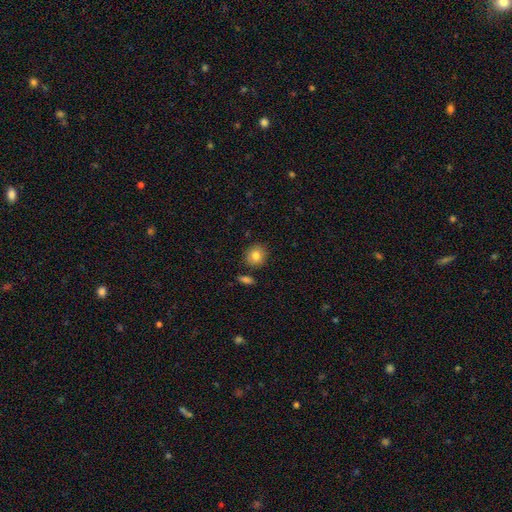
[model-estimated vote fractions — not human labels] Smooth or featured: smooth — 82% (star or artifact — 9%)
How rounded: round — 85% (in between — 14%)
Merging: none — 84% (minor disturbance — 9%)